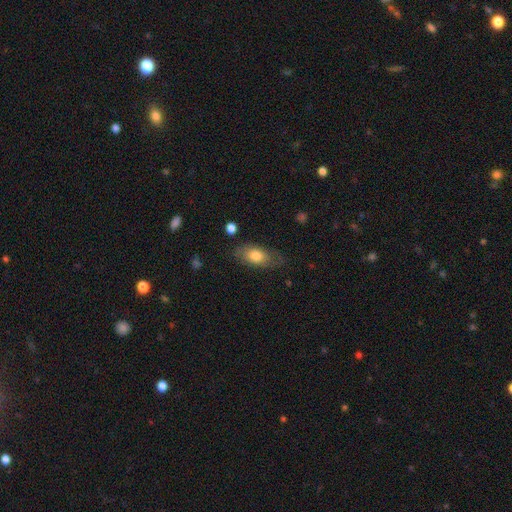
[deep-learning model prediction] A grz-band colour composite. It shows a smooth galaxy with no disk features (73%) that is in between round and cigar-shaped (86%). Merging: none (69%).